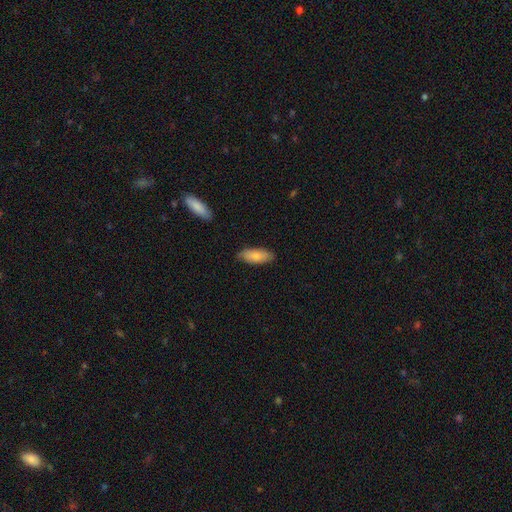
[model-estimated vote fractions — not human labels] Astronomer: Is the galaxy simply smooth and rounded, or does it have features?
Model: smooth — 79%.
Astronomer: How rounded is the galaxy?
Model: in between — 80%.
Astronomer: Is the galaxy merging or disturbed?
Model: none — 81%.